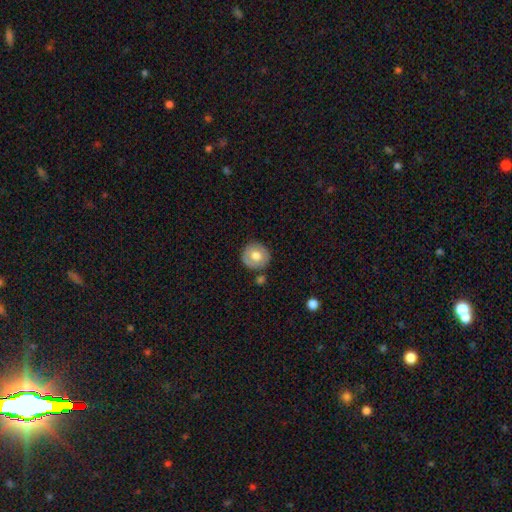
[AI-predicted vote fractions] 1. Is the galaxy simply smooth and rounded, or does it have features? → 69% smooth, 24% featured or disk, 7% star or artifact.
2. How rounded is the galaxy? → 91% round, 8% in between, 1% cigar-shaped.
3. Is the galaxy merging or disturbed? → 80% none, 11% minor disturbance, 5% merger, 3% major disturbance.